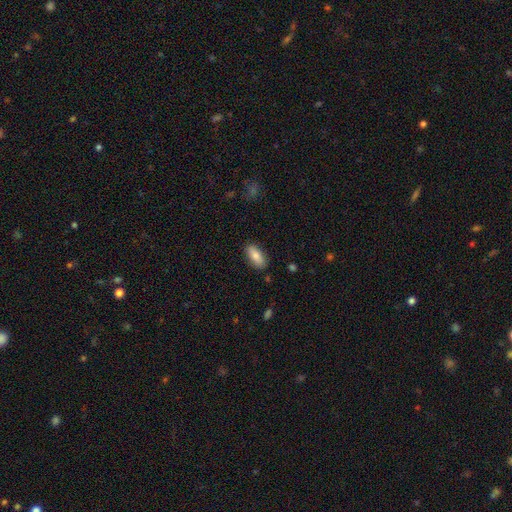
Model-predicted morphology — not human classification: A smooth galaxy with no disk features (78%) that is in between round and cigar-shaped (83%). Merging: none (85%).